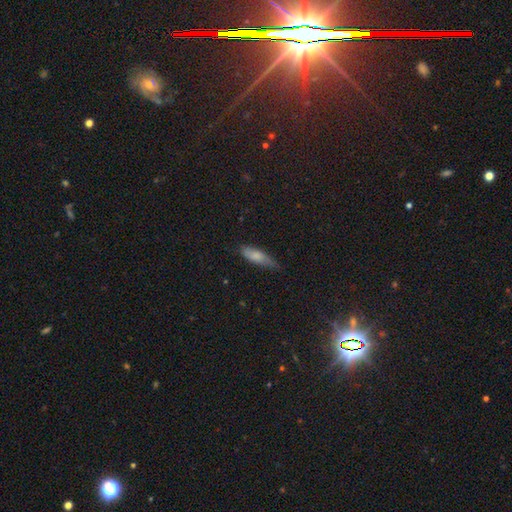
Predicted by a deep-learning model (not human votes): Smooth or featured?
  - smooth: 76% *
  - featured or disk: 17%
  - star or artifact: 7%
How rounded?
  - in between: 50% *
  - cigar-shaped: 48%
  - round: 2%
Merging?
  - none: 60% *
  - minor disturbance: 32%
  - major disturbance: 6%
  - merger: 2%